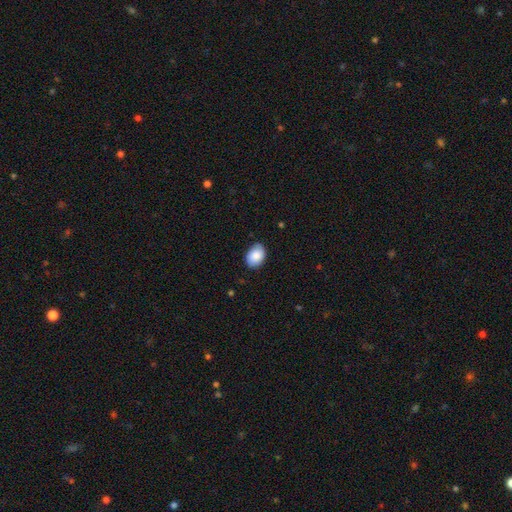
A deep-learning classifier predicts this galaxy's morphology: A smooth galaxy with no disk features (85%) that is in between round and cigar-shaped (78%). Merging: none (81%).